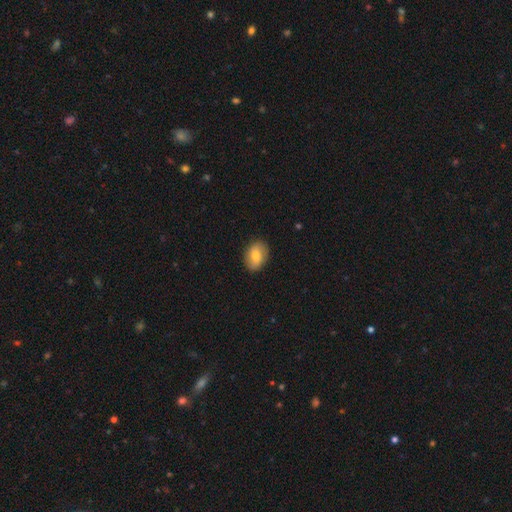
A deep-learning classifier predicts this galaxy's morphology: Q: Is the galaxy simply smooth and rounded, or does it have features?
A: smooth — 73%.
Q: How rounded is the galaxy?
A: in between — 75%.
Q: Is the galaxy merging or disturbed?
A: none — 86%.